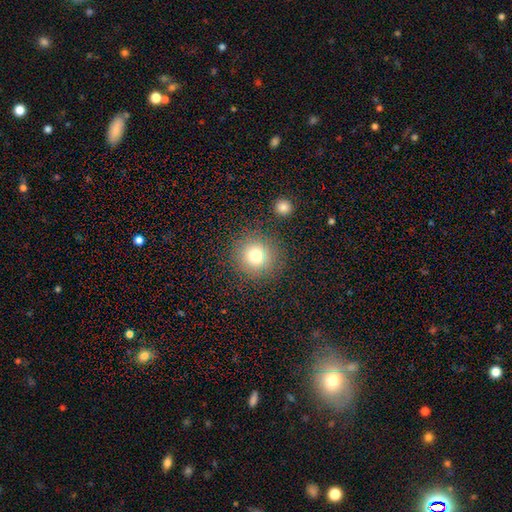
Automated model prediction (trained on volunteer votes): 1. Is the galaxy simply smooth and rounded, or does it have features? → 75% smooth, 15% star or artifact, 10% featured or disk.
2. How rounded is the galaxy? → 93% round, 6% in between, 1% cigar-shaped.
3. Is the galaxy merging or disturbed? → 85% none, 8% minor disturbance, 4% major disturbance, 3% merger.